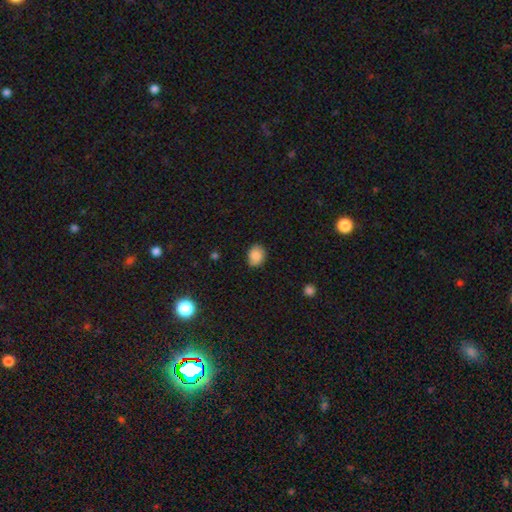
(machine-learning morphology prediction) smooth 87%, star or artifact 8%, featured or disk 5%. Down the decision tree: how rounded — in between (56%); merging — none (81%).